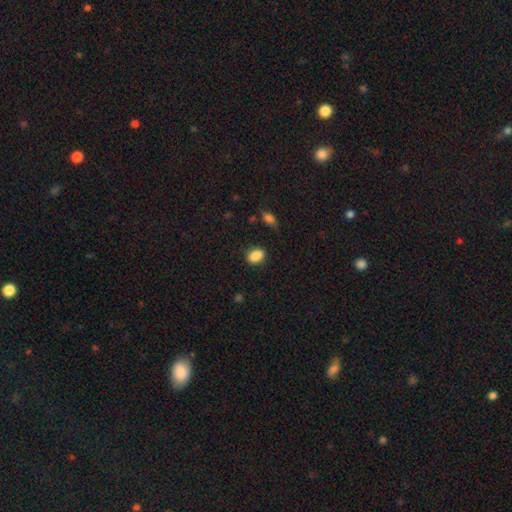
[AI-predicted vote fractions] A smooth galaxy with no disk features (88%) that is in between round and cigar-shaped (80%).

Vote fractions:
- Smooth or featured? smooth: 88% / star or artifact: 8% / featured or disk: 4%
- How rounded? in between: 80% / round: 18% / cigar-shaped: 2%
- Merging? none: 82% / minor disturbance: 13% / major disturbance: 3% / merger: 2%